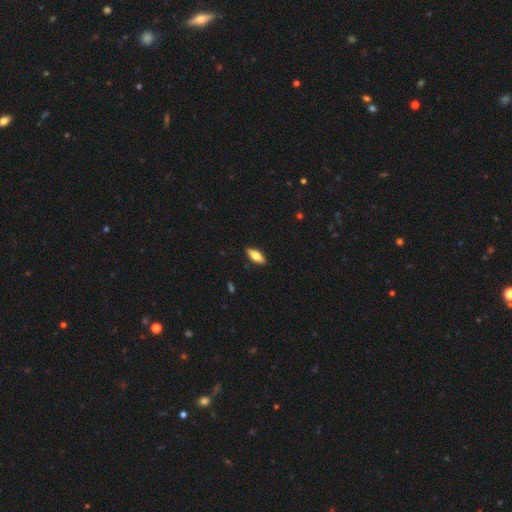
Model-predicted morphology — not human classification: type=smooth (70%); roundness=in between (76%); merging=none (89%).